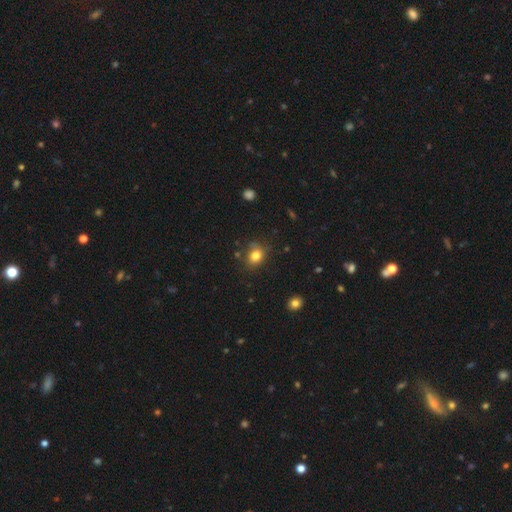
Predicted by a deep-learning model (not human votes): smooth-or-featured: smooth: 80% | star or artifact: 12% | featured or disk: 8%
  how-rounded: round: 57% | in between: 42% | cigar-shaped: 1%
  merging: none: 75% | minor disturbance: 17% | major disturbance: 5% | merger: 3%